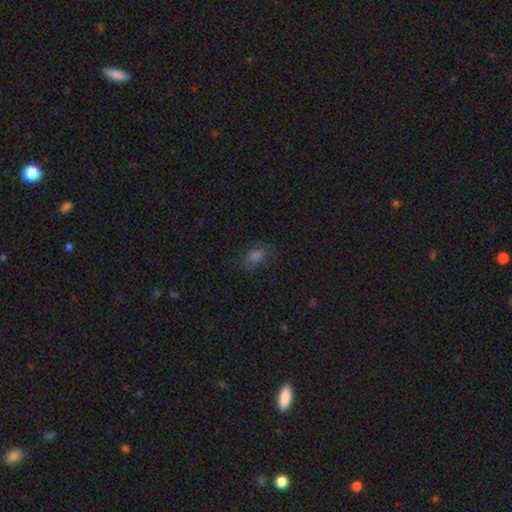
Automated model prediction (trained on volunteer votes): Morphology: type=smooth (60%); roundness=in between (76%); merging=none (73%).